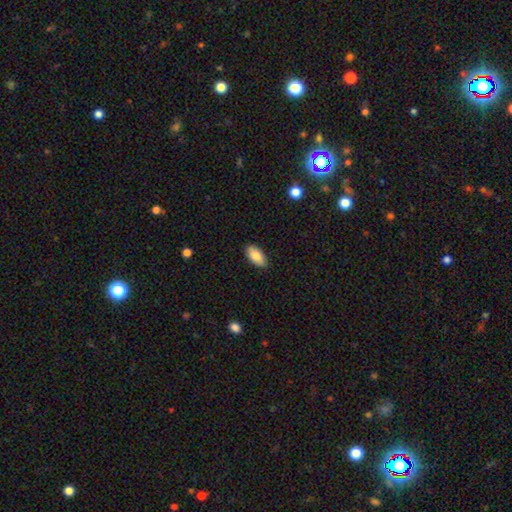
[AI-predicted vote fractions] smooth_or_featured: smooth (p=0.84) [alt: featured or disk p=0.10]
how_rounded: in between (p=0.93) [alt: cigar-shaped p=0.05]
merging: none (p=0.88) [alt: minor disturbance p=0.09]